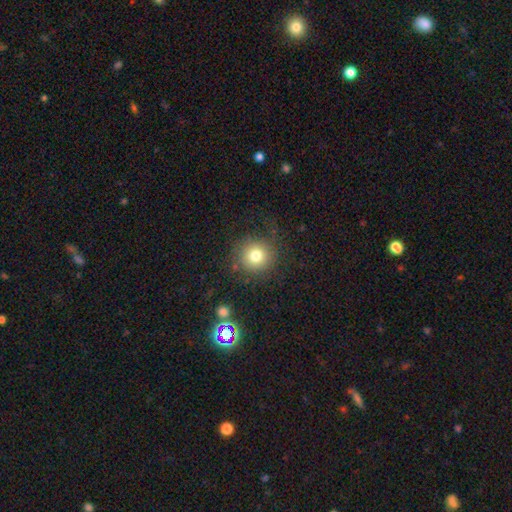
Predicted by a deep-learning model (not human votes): Smooth or featured? Predicted: smooth (p=0.77). How rounded? Predicted: round (p=0.93). Merging? Predicted: none (p=0.83).